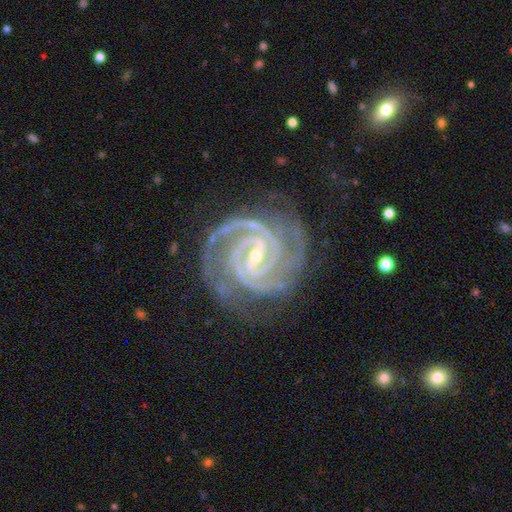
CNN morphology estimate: smooth_or_featured: featured or disk (p=0.94) [alt: star or artifact p=0.04]
disk_edge_on: no (p=0.98) [alt: yes p=0.02]
bar: strong (p=0.44) [alt: weak p=0.42]
has_spiral_arms: yes (p=0.99) [alt: no p=0.01]
spiral_winding: tight (p=0.80) [alt: medium p=0.18]
spiral_arm_count: 2 (p=0.46) [alt: 3 p=0.25]
bulge_size: small (p=0.71) [alt: moderate p=0.26]
merging: none (p=0.77) [alt: minor disturbance p=0.16]